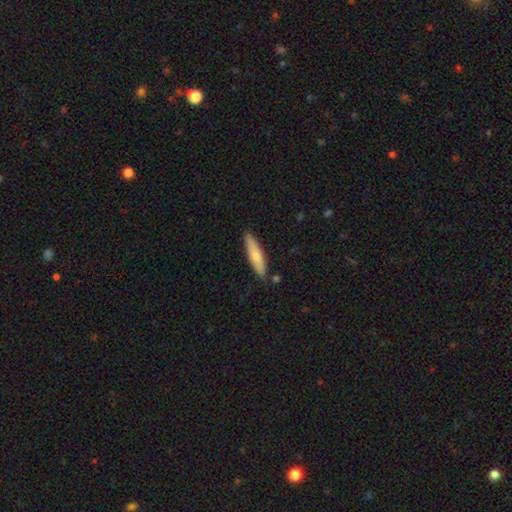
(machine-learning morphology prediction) Q: Smooth or featured?
A: smooth (72%); runner-up: featured or disk (23%)
Q: How rounded?
A: cigar-shaped (82%); runner-up: in between (17%)
Q: Merging?
A: none (84%); runner-up: minor disturbance (11%)